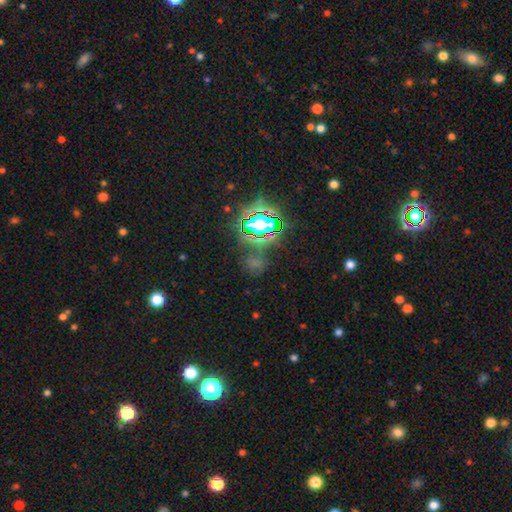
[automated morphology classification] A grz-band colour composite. It shows a star or artifact, not a galaxy (81%).